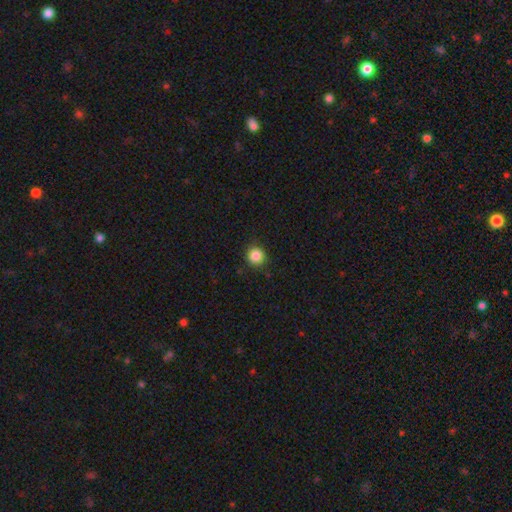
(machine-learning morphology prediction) Smooth or featured: smooth — 86% (star or artifact — 11%)
How rounded: round — 93% (in between — 6%)
Merging: none — 89% (minor disturbance — 8%)